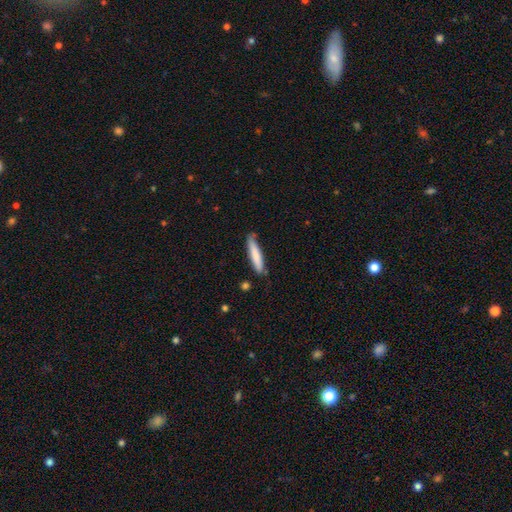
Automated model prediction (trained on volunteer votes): The model was most divided on "merging": none: 76%, minor disturbance: 18%, major disturbance: 3%, merger: 3%. More confident: how rounded — cigar-shaped (89%); smooth or featured — smooth (79%).